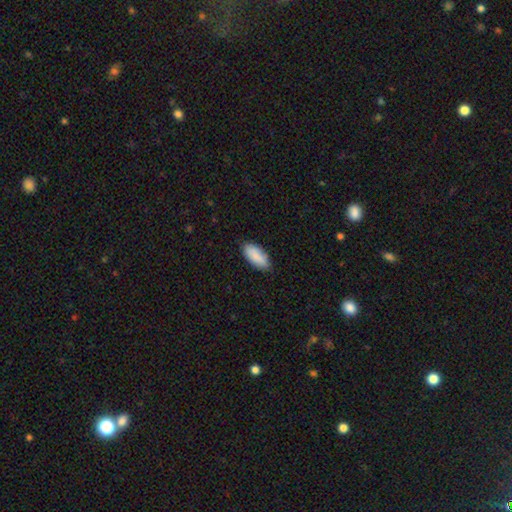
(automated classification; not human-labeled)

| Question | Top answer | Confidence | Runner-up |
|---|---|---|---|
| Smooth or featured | smooth | 89% | star or artifact (6%) |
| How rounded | in between | 90% | cigar-shaped (9%) |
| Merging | none | 83% | minor disturbance (14%) |